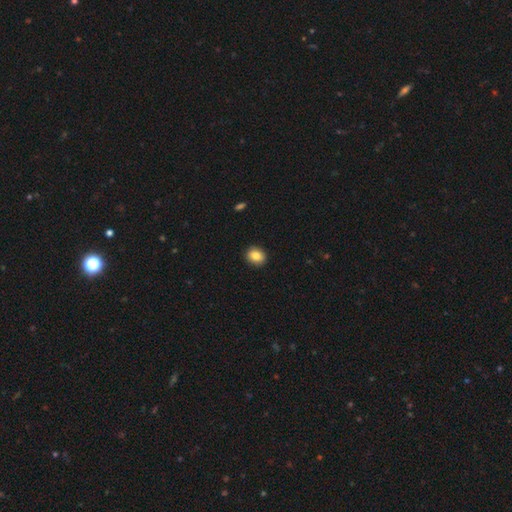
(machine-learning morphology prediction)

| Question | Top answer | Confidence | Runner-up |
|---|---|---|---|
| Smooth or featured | smooth | 84% | star or artifact (9%) |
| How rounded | round | 60% | in between (39%) |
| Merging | none | 91% | minor disturbance (7%) |